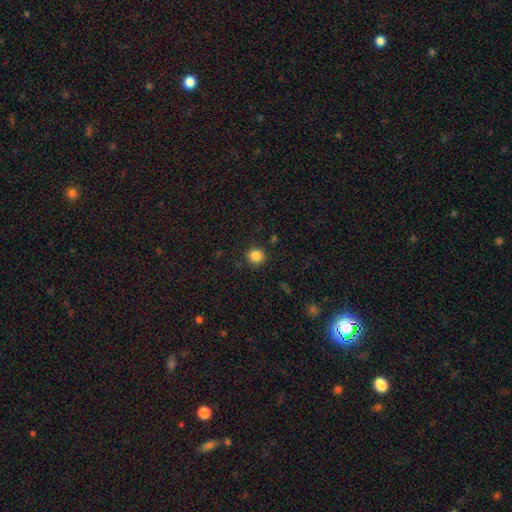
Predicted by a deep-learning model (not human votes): The model was most divided on "smooth or featured": smooth: 85%, star or artifact: 11%, featured or disk: 4%. More confident: how rounded — round (93%); merging — none (88%).